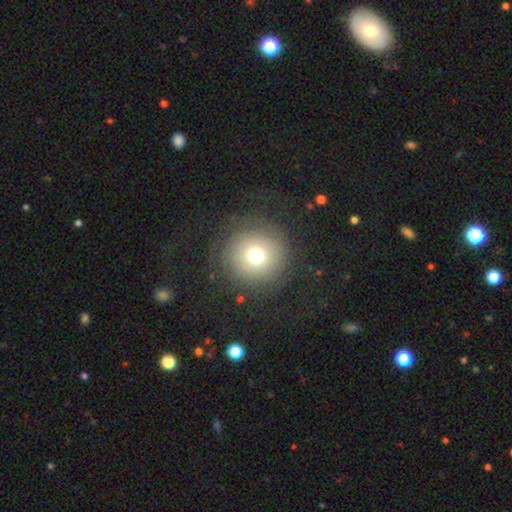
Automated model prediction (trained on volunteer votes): Q: Smooth or featured?
A: smooth (69%); runner-up: featured or disk (16%)
Q: How rounded?
A: round (94%); runner-up: in between (5%)
Q: Merging?
A: none (81%); runner-up: minor disturbance (10%)